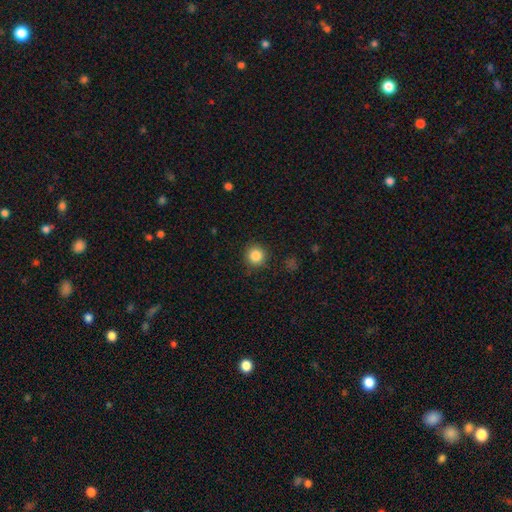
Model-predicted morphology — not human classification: type=smooth (85%); roundness=round (94%); merging=none (90%).